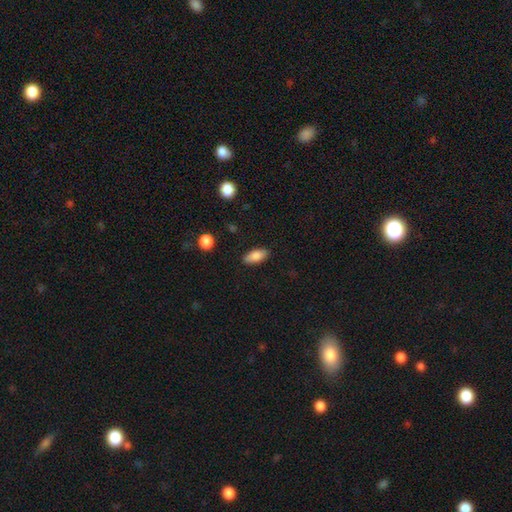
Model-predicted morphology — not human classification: Smooth or featured? smooth (84%)
How rounded? in between (85%)
Merging? none (87%)